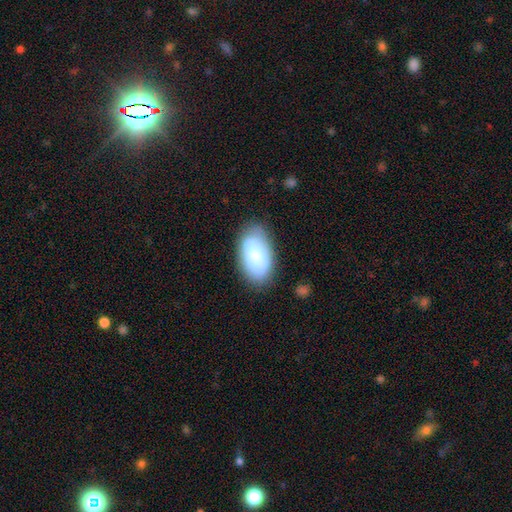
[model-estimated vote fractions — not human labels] Smooth or featured?
  - smooth: 70% *
  - featured or disk: 23%
  - star or artifact: 7%
How rounded?
  - in between: 94% *
  - round: 4%
  - cigar-shaped: 2%
Merging?
  - none: 75% *
  - minor disturbance: 18%
  - major disturbance: 4%
  - merger: 2%